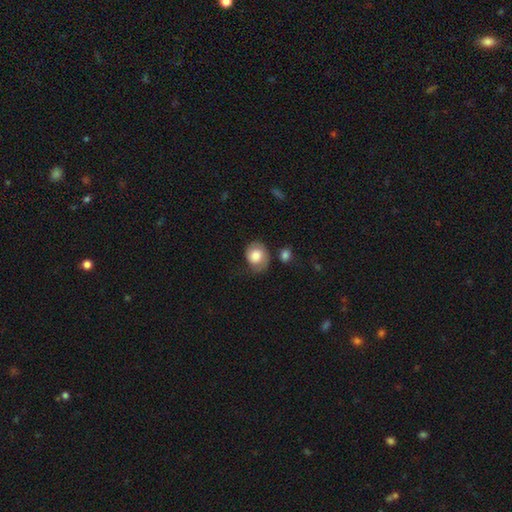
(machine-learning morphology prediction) smooth_or_featured: smooth (p=0.70) [alt: featured or disk p=0.23]
how_rounded: round (p=0.55) [alt: in between p=0.44]
merging: none (p=0.48) [alt: minor disturbance p=0.31]